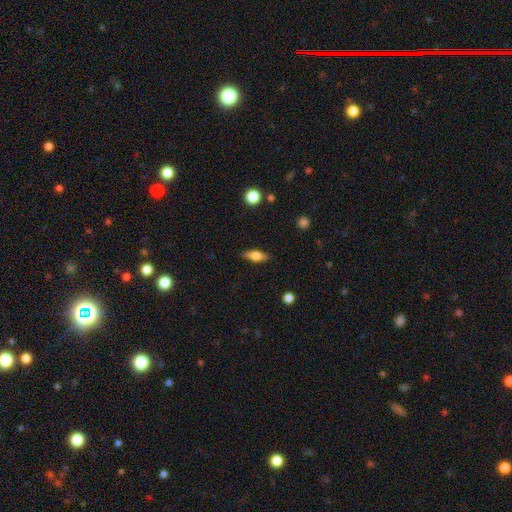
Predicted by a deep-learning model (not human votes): A smooth galaxy with no disk features (66%) that is in between round and cigar-shaped (68%).

Vote fractions:
- Smooth or featured? smooth: 66% / featured or disk: 27% / star or artifact: 7%
- How rounded? in between: 68% / cigar-shaped: 28% / round: 4%
- Merging? none: 86% / minor disturbance: 10% / major disturbance: 2% / merger: 1%